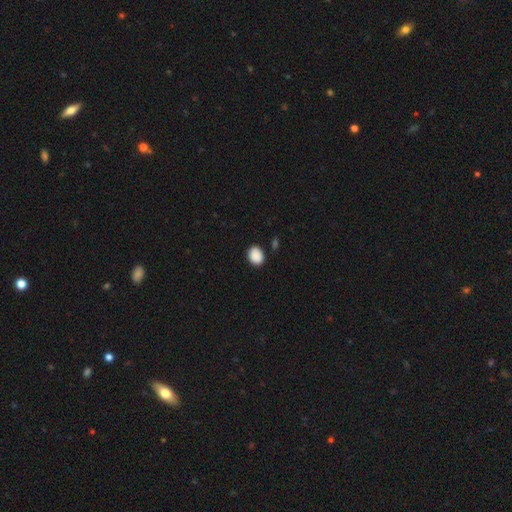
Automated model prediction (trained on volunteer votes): smooth-or-featured: smooth: 90% | star or artifact: 8% | featured or disk: 3%
  how-rounded: in between: 60% | round: 39% | cigar-shaped: 1%
  merging: none: 85% | minor disturbance: 11% | major disturbance: 2% | merger: 2%